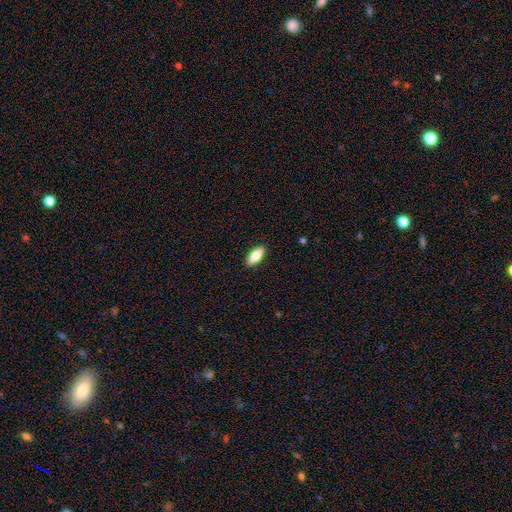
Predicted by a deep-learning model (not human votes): Q: Smooth or featured?
A: smooth (71%); runner-up: featured or disk (23%)
Q: How rounded?
A: in between (73%); runner-up: cigar-shaped (24%)
Q: Merging?
A: none (89%); runner-up: minor disturbance (8%)